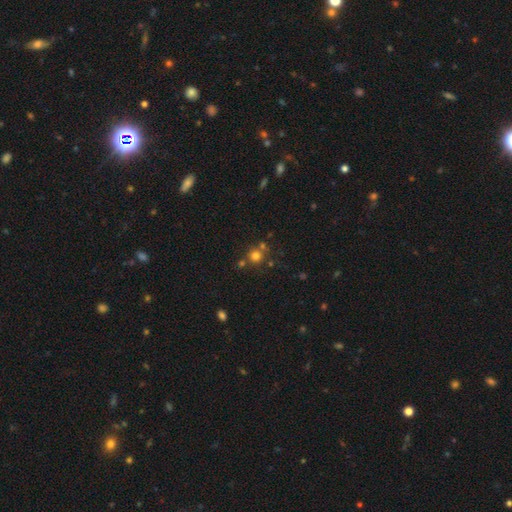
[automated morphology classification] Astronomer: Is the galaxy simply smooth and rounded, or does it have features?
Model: smooth — 71%.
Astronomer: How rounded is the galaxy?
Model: round — 92%.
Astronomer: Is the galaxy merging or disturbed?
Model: none — 68%.